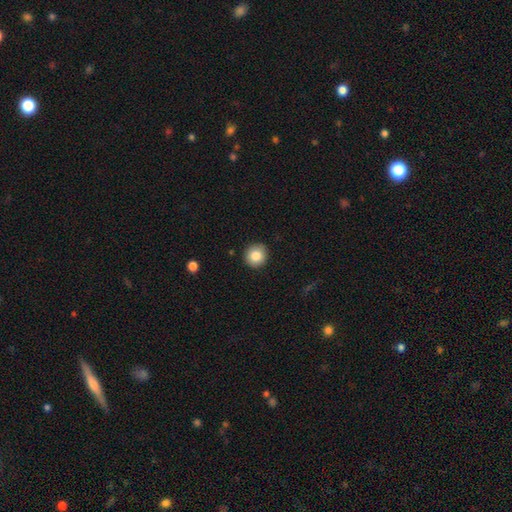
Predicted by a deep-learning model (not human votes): Smooth or featured?
  - smooth: 84% *
  - star or artifact: 9%
  - featured or disk: 7%
How rounded?
  - round: 93% *
  - in between: 6%
  - cigar-shaped: 1%
Merging?
  - none: 90% *
  - minor disturbance: 7%
  - major disturbance: 2%
  - merger: 1%